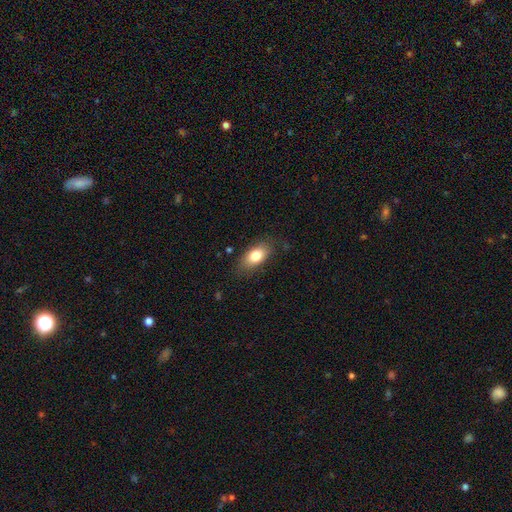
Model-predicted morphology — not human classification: type=smooth (80%); roundness=in between (89%); merging=none (80%).